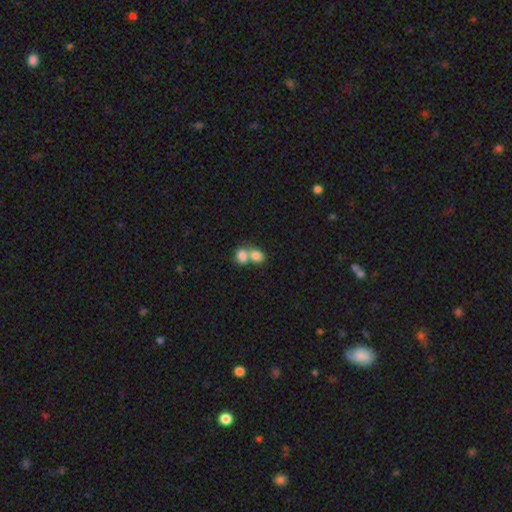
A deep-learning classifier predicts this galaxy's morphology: Q: Smooth or featured?
A: smooth (81%); runner-up: featured or disk (10%)
Q: How rounded?
A: round (50%); runner-up: in between (49%)
Q: Merging?
A: merger (67%); runner-up: none (24%)